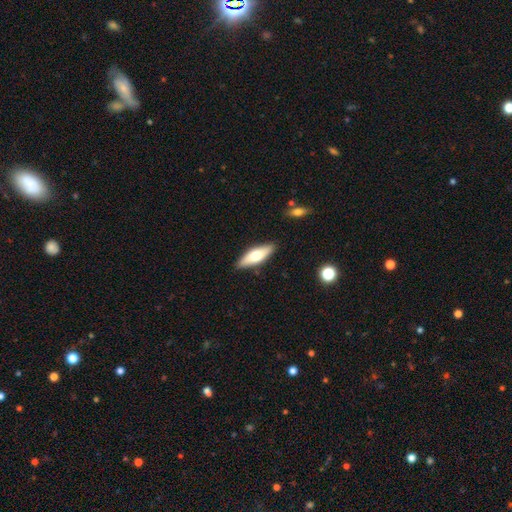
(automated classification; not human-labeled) Morphology: type=smooth (59%); roundness=in between (59%); merging=none (88%).